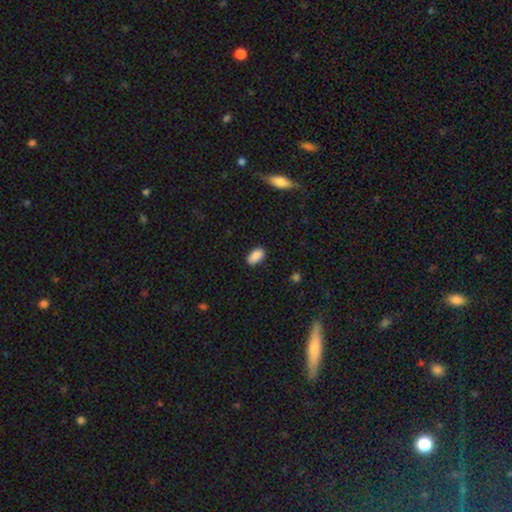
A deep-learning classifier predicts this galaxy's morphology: This appears to be a smooth galaxy with no disk features (90%) that is in between round and cigar-shaped (93%). Merging: none (85%).